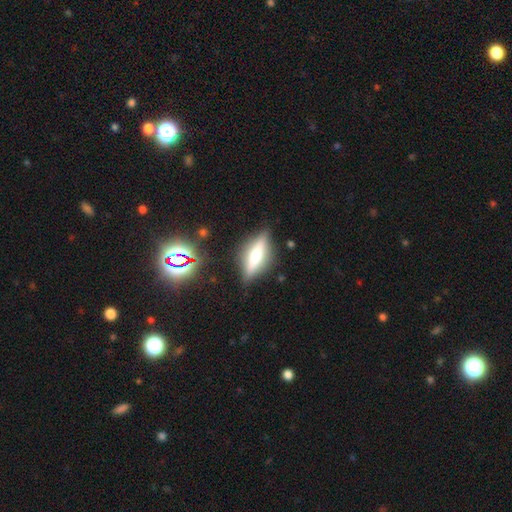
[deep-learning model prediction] Overall: featured or disk (62%; smooth 29%). Edge-on disk: yes (91%). Edge-on bulge: rounded (84%). Merging: none (83%).